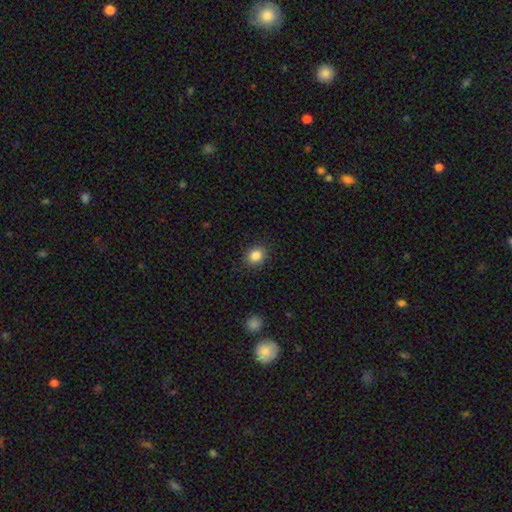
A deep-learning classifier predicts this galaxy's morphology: A smooth galaxy with no disk features (85%) that is round (68%).

Vote fractions:
- Smooth or featured? smooth: 85% / star or artifact: 10% / featured or disk: 5%
- How rounded? round: 68% / in between: 31% / cigar-shaped: 1%
- Merging? none: 89% / minor disturbance: 8% / major disturbance: 2% / merger: 1%